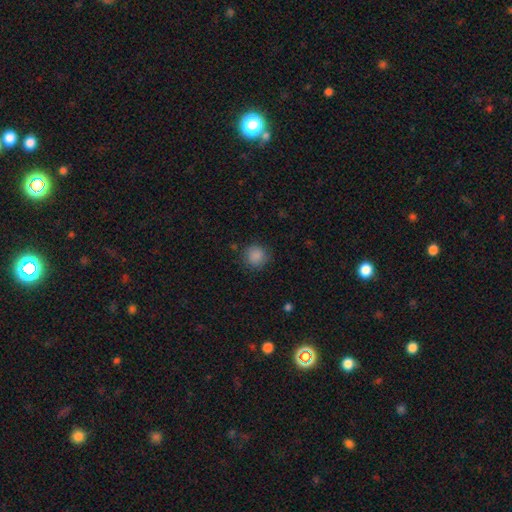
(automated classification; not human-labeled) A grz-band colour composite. It shows a smooth galaxy with no disk features (87%) that is round (92%). Merging: none (85%).